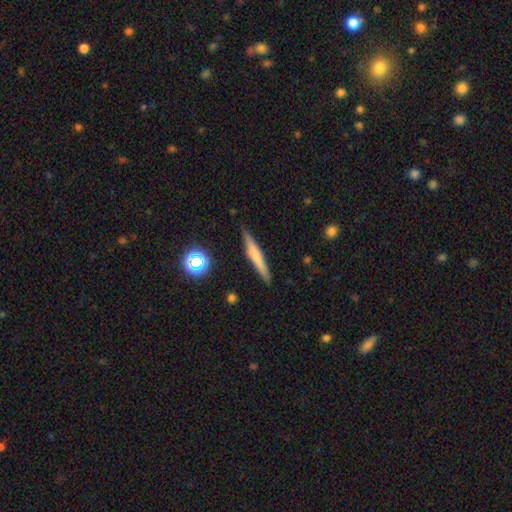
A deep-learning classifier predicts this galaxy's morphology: Q: Smooth or featured?
A: smooth (56%); runner-up: featured or disk (35%)
Q: How rounded?
A: cigar-shaped (94%); runner-up: in between (4%)
Q: Merging?
A: none (89%); runner-up: minor disturbance (8%)